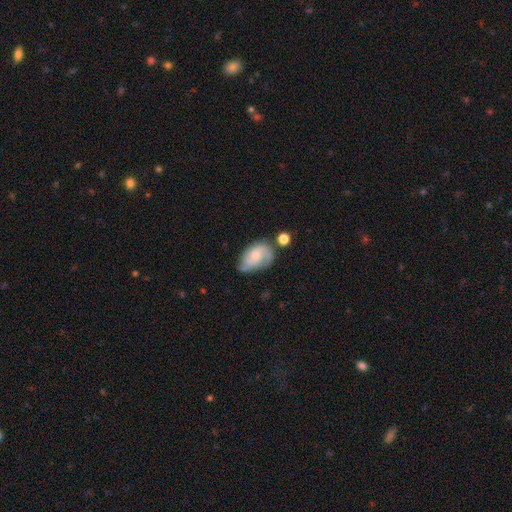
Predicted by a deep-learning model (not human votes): smooth_or_featured: featured or disk (p=0.59) [alt: smooth p=0.33]
disk_edge_on: no (p=0.97) [alt: yes p=0.03]
bar: no (p=0.70) [alt: weak p=0.27]
has_spiral_arms: yes (p=0.86) [alt: no p=0.14]
bulge_size: small (p=0.46) [alt: moderate p=0.31]
merging: none (p=0.47) [alt: minor disturbance p=0.29]